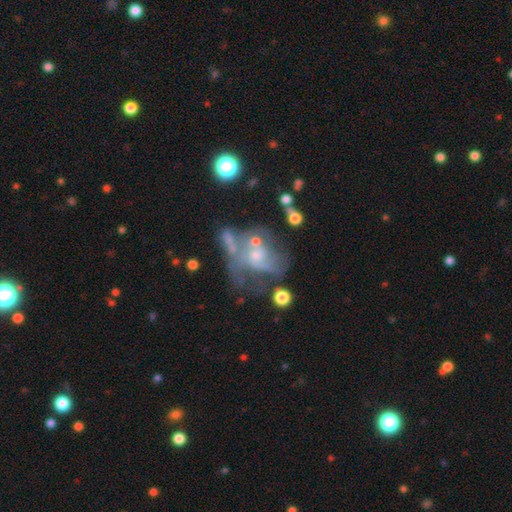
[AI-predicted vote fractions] A featured or disk galaxy (68%) with no bar (68%), spiral arms (65%) and a small central bulge (55%). Merging: none (34%).